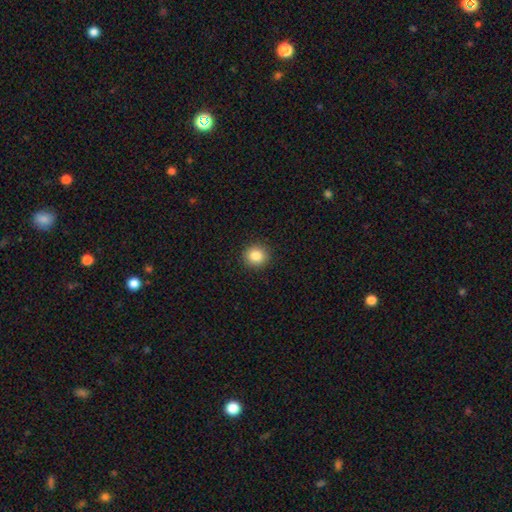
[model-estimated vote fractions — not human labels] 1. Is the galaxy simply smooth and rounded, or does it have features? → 85% smooth, 10% star or artifact, 5% featured or disk.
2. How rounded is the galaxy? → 88% round, 11% in between, 1% cigar-shaped.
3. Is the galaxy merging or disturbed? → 92% none, 5% minor disturbance, 2% major disturbance, 1% merger.